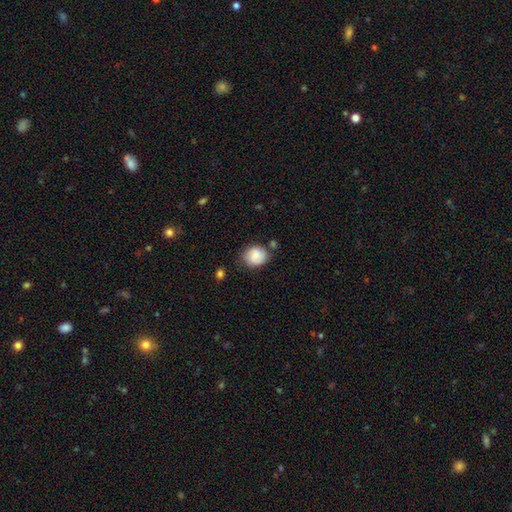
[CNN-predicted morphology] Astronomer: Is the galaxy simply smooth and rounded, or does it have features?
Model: smooth — 76%.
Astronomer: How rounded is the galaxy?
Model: round — 68%.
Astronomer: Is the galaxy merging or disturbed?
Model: none — 68%.